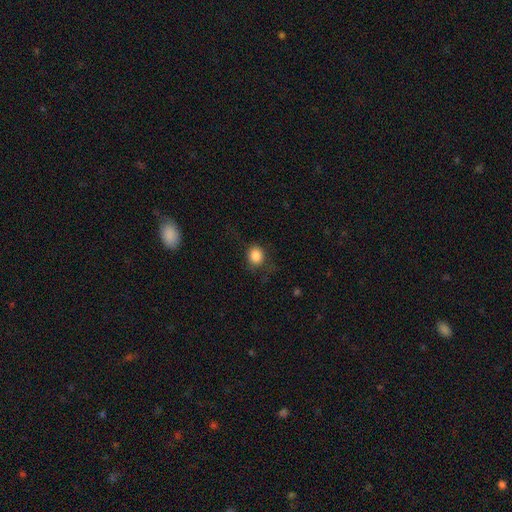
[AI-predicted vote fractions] A smooth galaxy with no disk features (85%) that is round (81%). Merging: none (74%).